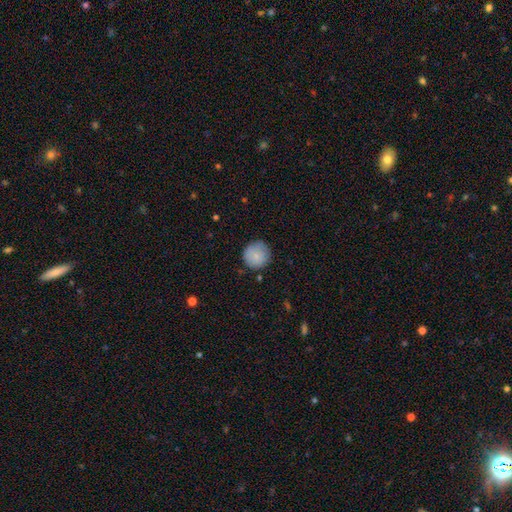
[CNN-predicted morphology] This appears to be a smooth galaxy with no disk features (81%) that is round (95%). Merging: none (83%).